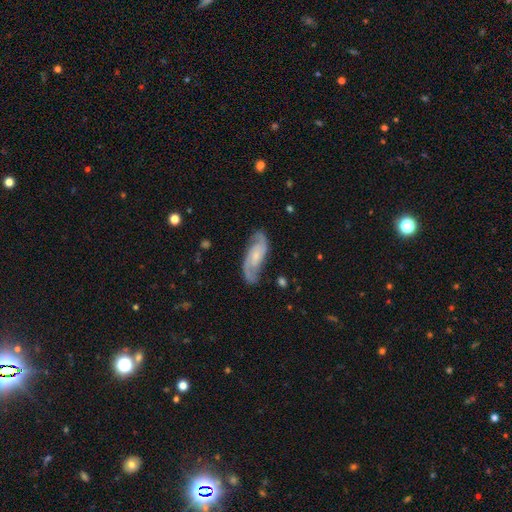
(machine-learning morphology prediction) featured or disk 85%, smooth 10%, star or artifact 5%. Down the decision tree: edge-on disk — no (95%); bar — no (50%); spiral arms — yes (97%); spiral arm count — 2 (91%); spiral winding — medium (51%); bulge size — small (56%); merging — none (80%).